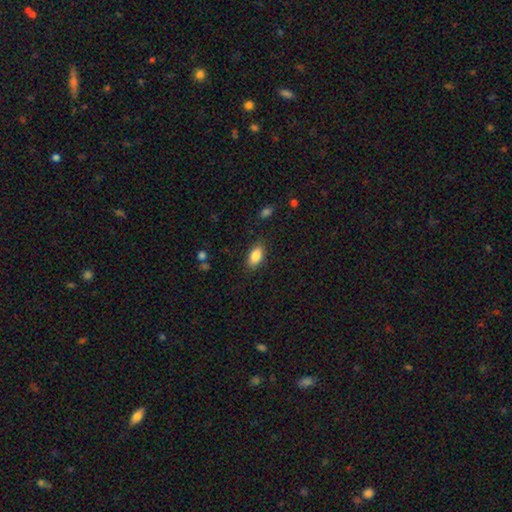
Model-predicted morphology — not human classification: Smooth or featured? Predicted: smooth (p=0.86). How rounded? Predicted: in between (p=0.91). Merging? Predicted: none (p=0.83).